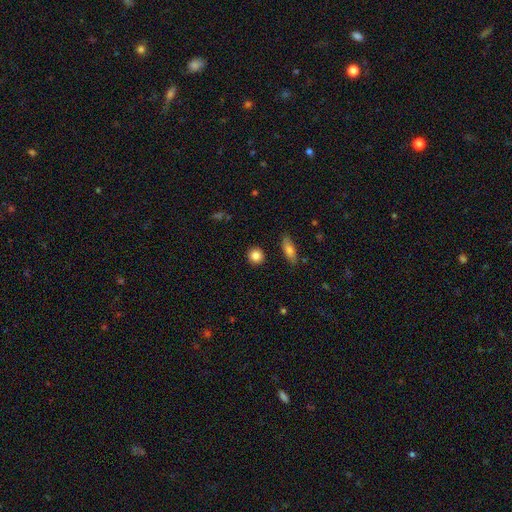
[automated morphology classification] type=smooth (85%); roundness=round (86%); merging=none (90%).